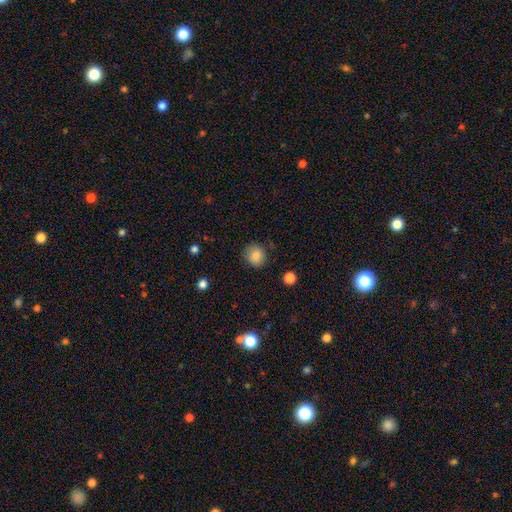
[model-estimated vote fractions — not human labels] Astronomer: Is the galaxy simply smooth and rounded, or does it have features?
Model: smooth — 86%.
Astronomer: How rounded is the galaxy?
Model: round — 89%.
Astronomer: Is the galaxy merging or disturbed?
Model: none — 84%.